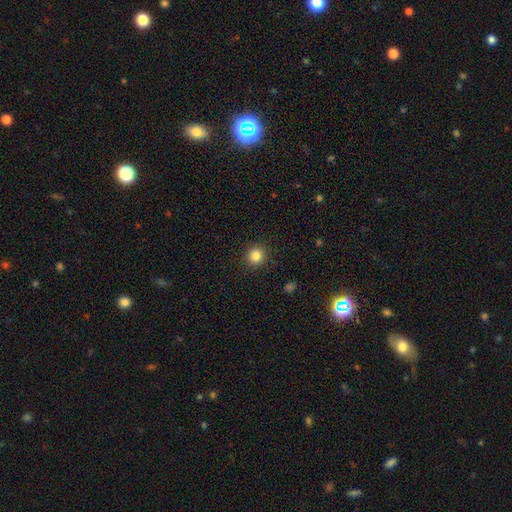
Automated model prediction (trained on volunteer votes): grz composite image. It shows a smooth galaxy with no disk features (84%) that is round (92%). Merging: none (91%).